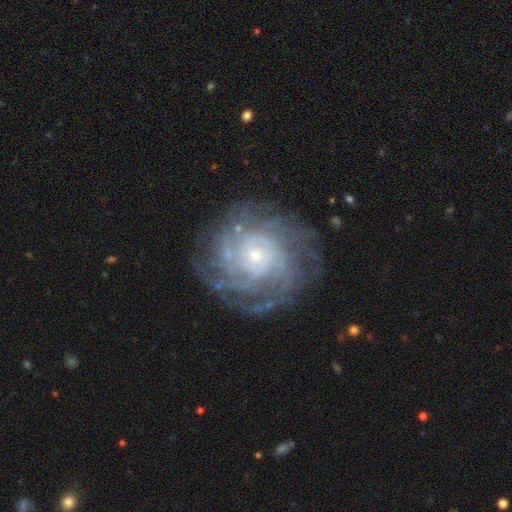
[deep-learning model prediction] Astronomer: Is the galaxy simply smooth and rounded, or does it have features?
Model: featured or disk — 86%.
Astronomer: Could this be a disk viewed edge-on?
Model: no — 97%.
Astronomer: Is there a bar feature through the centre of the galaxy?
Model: no — 77%.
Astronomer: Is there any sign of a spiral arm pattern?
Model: yes — 95%.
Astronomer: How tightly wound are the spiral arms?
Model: tight — 73%.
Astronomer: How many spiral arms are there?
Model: can't tell — 35% (runner-up: 4, 19%).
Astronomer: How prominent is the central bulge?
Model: small — 66%.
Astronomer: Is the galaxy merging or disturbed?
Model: none — 76%.